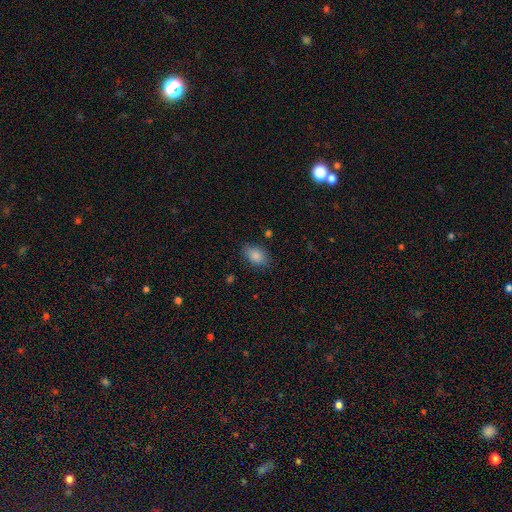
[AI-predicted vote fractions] A smooth galaxy with no disk features (86%) that is in between round and cigar-shaped (85%). Merging: none (80%).